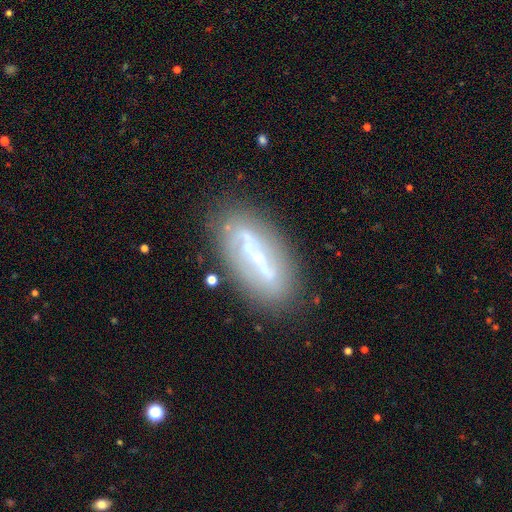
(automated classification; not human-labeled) This appears to be a featured or disk galaxy (63%). Merging: none (73%).